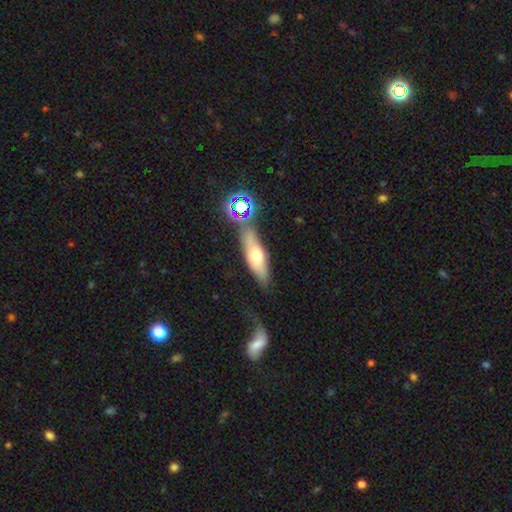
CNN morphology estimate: A smooth galaxy with no disk features (51%) that is cigar-shaped (49%). Merging: none (58%).